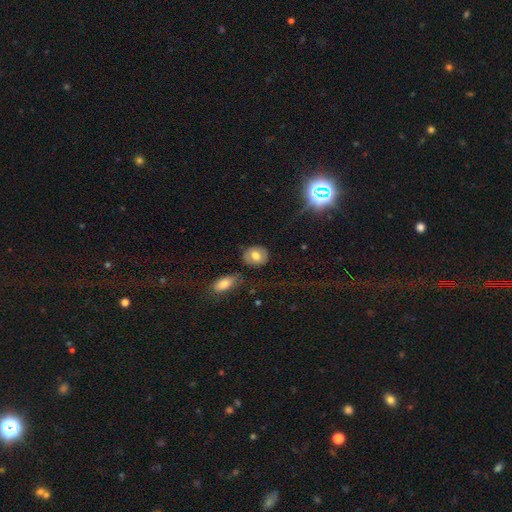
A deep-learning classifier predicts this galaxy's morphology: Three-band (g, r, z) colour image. It shows a smooth galaxy with no disk features (68%) that is round (56%). Merging: none (80%).